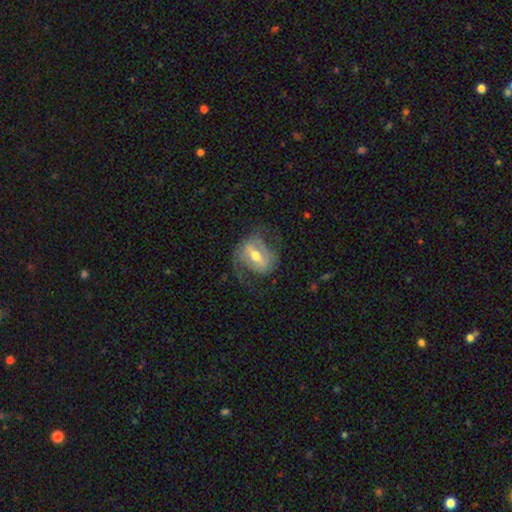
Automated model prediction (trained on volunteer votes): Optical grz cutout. It shows a featured or disk galaxy (72%) with a strong bar (54%), spiral arms (73%) and a moderate central bulge (71%). Merging: none (58%).